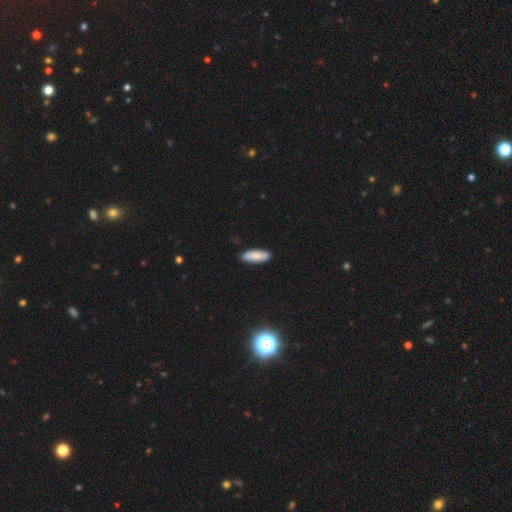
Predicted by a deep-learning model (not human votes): Morphology: type=smooth (86%); roundness=in between (56%); merging=none (88%).